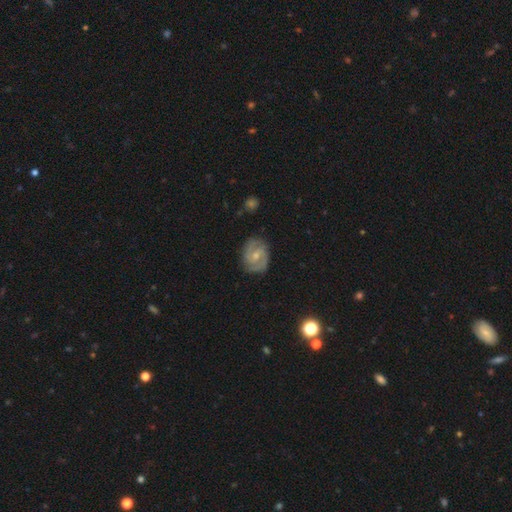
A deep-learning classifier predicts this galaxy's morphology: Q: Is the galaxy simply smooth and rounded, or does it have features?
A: featured or disk — 85%.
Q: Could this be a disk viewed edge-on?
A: no — 98%.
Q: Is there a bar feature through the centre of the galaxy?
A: weak — 50%.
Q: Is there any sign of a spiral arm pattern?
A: yes — 96%.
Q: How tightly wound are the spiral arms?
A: medium — 46%.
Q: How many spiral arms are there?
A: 2 — 86%.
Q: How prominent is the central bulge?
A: moderate — 51%.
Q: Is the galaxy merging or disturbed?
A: none — 81%.